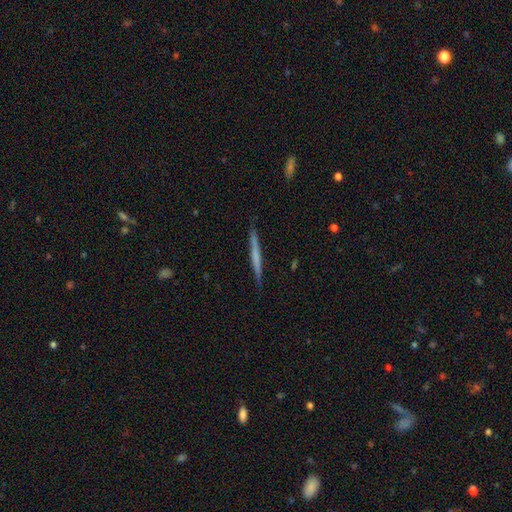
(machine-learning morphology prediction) A featured or disk galaxy (48%). Merging: none (90%).